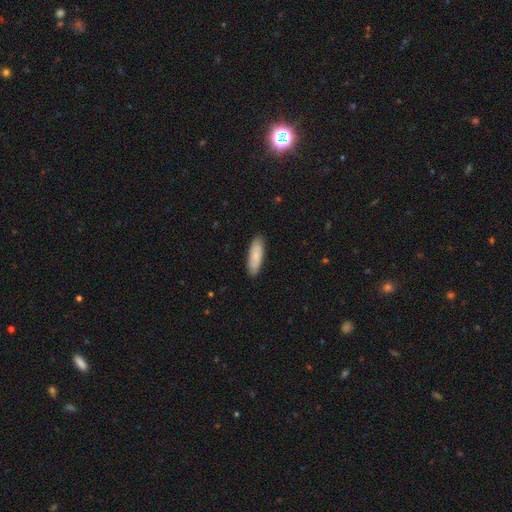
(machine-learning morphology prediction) Smooth or featured? Predicted: smooth (p=0.83). How rounded? Predicted: in between (p=0.55). Merging? Predicted: none (p=0.88).